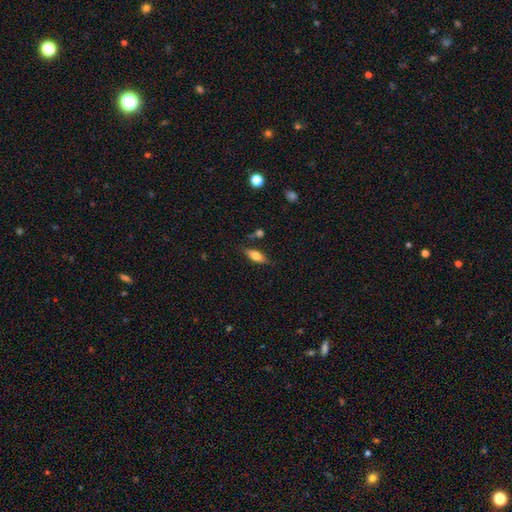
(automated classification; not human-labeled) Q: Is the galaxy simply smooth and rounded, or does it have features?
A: smooth — 61%.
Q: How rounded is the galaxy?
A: in between — 63%.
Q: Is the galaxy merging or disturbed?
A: none — 77%.